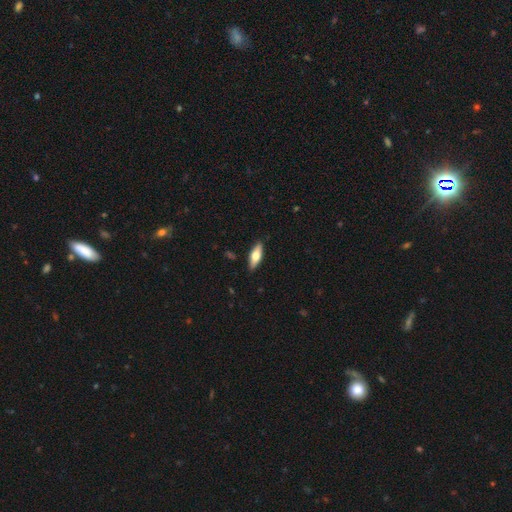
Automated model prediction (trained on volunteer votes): A smooth galaxy with no disk features (57%) that is in between round and cigar-shaped (62%). Merging: none (88%).